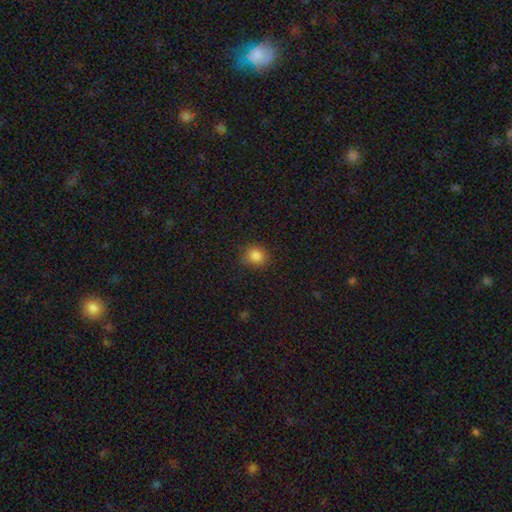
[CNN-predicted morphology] Smooth or featured?
  - smooth: 84% *
  - star or artifact: 11%
  - featured or disk: 5%
How rounded?
  - round: 78% *
  - in between: 21%
  - cigar-shaped: 1%
Merging?
  - none: 85% *
  - minor disturbance: 11%
  - major disturbance: 3%
  - merger: 1%